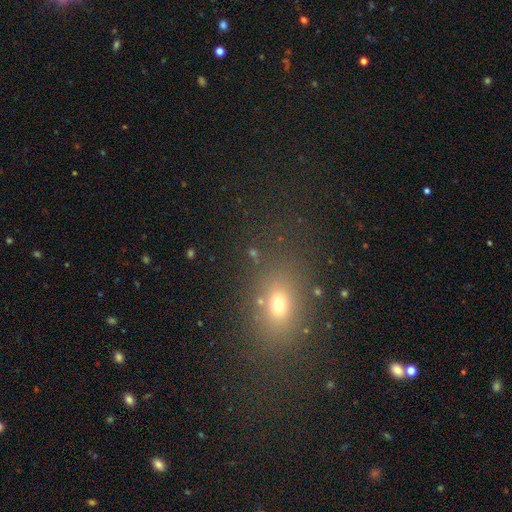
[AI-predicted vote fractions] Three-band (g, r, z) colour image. It shows a smooth galaxy with no disk features (59%) that is in between round and cigar-shaped (66%). Merging: none (78%).